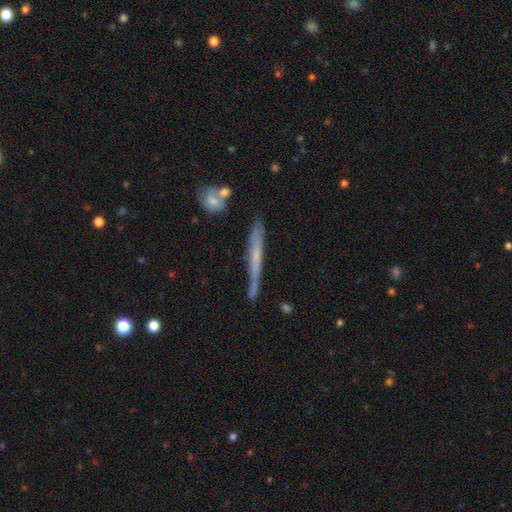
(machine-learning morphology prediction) Smooth or featured? Predicted: featured or disk (p=0.52). Edge-on disk? Predicted: yes (p=0.93). Merging? Predicted: none (p=0.74).